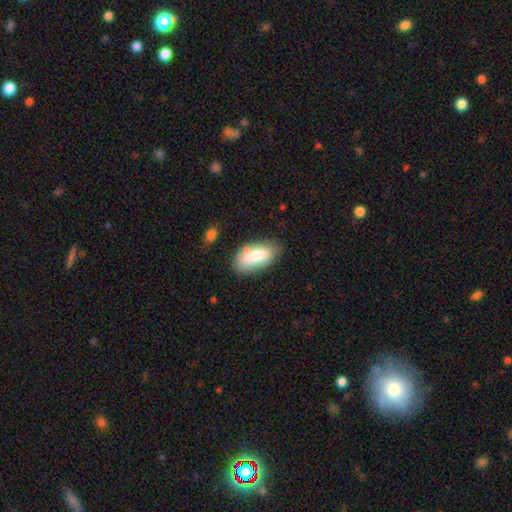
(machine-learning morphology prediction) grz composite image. It shows a smooth galaxy with no disk features (76%) that is in between round and cigar-shaped (92%). Merging: none (66%).